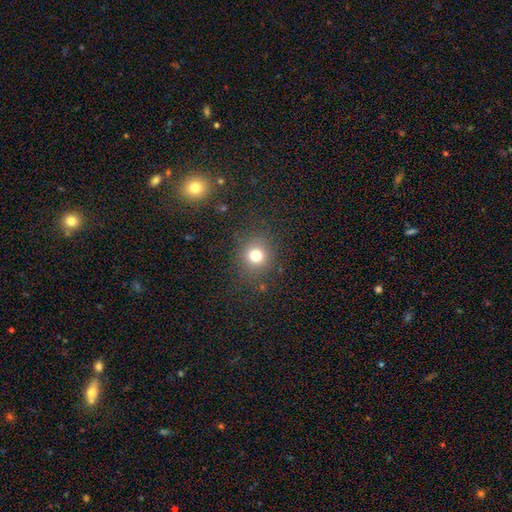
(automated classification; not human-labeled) Overall: smooth (77%). How rounded: round (86%). Merging: none (85%).